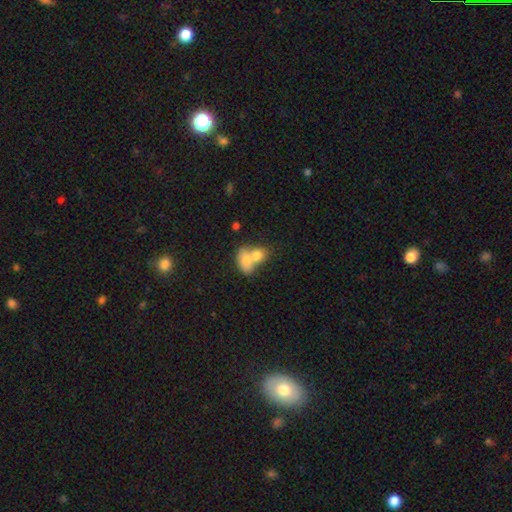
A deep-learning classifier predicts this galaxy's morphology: Overall: smooth (70%). How rounded: in between (66%; round 31%). Merging: merger (67%).